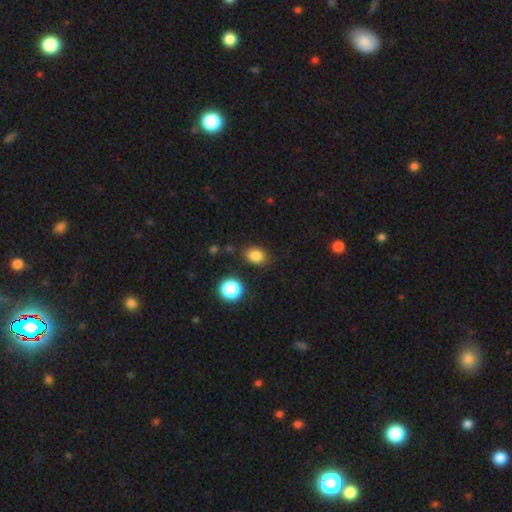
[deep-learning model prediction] This appears to be a smooth galaxy with no disk features (82%) that is in between round and cigar-shaped (64%). Merging: none (84%).